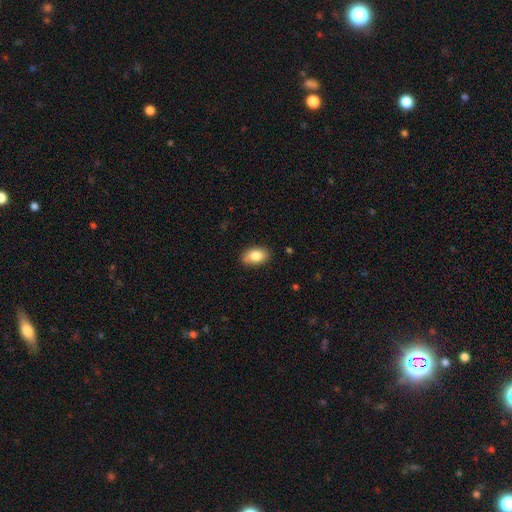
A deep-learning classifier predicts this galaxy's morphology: Smooth or featured?
  - smooth: 84% *
  - featured or disk: 9%
  - star or artifact: 7%
How rounded?
  - in between: 91% *
  - round: 8%
  - cigar-shaped: 2%
Merging?
  - none: 85% *
  - minor disturbance: 11%
  - major disturbance: 2%
  - merger: 1%